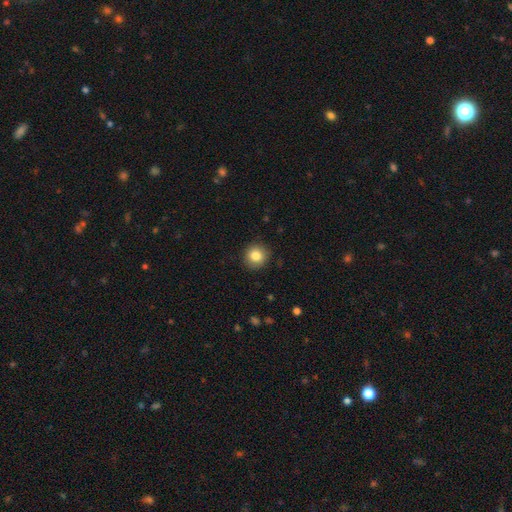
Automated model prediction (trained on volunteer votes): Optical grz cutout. It shows a smooth galaxy with no disk features (84%) that is round (92%). Merging: none (90%).